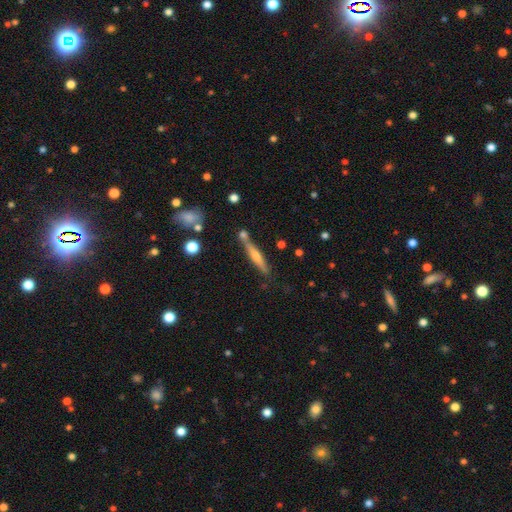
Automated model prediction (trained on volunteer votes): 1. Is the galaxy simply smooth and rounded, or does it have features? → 56% featured or disk, 37% smooth, 7% star or artifact.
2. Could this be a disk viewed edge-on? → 96% yes, 4% no.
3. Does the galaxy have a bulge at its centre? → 75% rounded, 17% none, 8% boxy.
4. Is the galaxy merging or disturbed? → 75% none, 12% minor disturbance, 9% merger, 3% major disturbance.